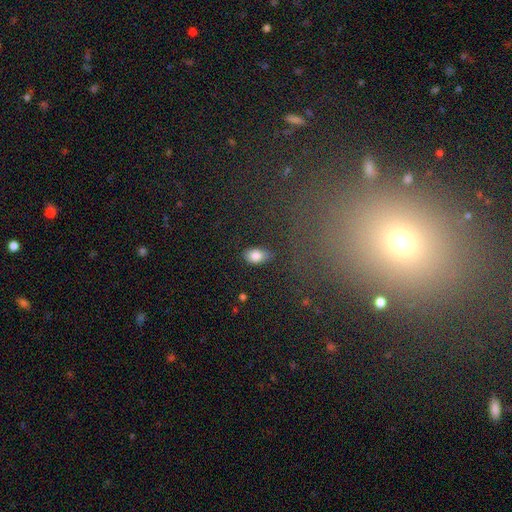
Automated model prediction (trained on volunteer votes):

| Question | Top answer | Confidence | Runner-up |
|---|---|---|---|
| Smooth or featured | smooth | 83% | star or artifact (9%) |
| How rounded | in between | 87% | round (11%) |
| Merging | none | 82% | minor disturbance (13%) |